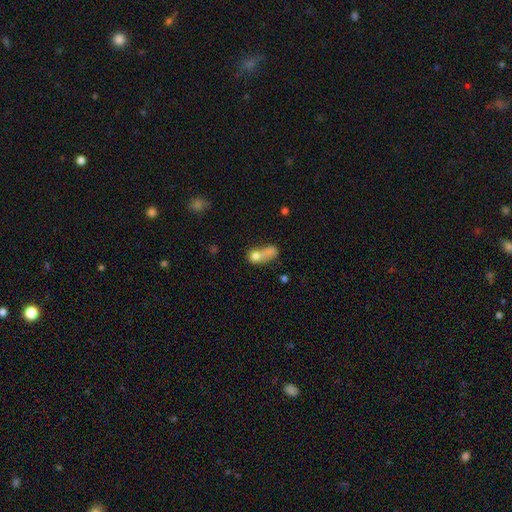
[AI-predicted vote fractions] Morphology: type=smooth (59%); roundness=in between (52%); merging=merger (50%).